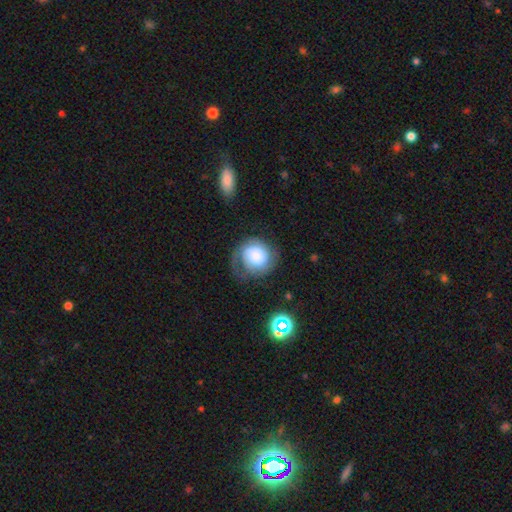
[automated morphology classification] Smooth or featured: smooth — 47% (featured or disk — 44%)
Merging: none — 55% (minor disturbance — 24%)